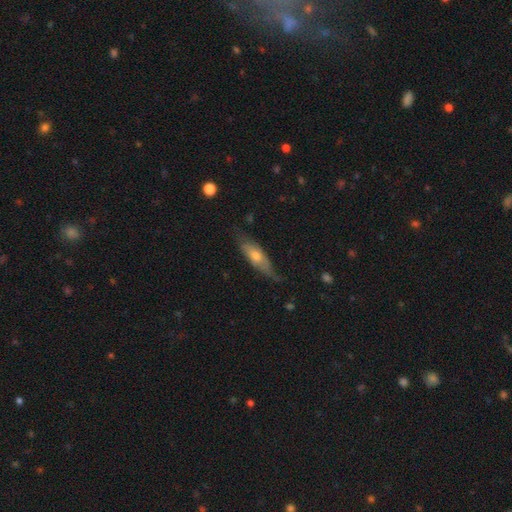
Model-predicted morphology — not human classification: Smooth or featured: featured or disk — 48% (smooth — 45%)
Merging: none — 61% (minor disturbance — 28%)